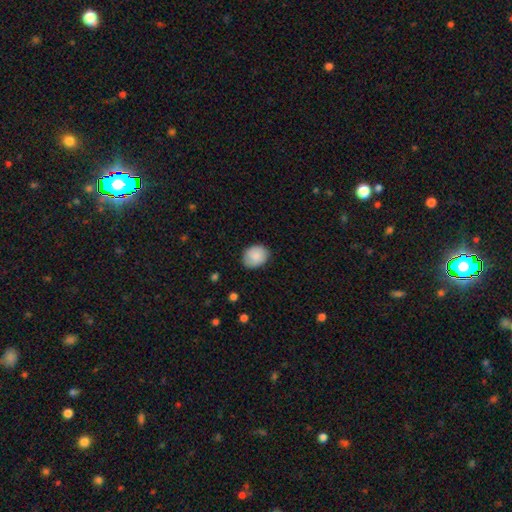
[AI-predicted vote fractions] A smooth galaxy with no disk features (86%) that is round (50%).

Vote fractions:
- Smooth or featured? smooth: 86% / featured or disk: 7% / star or artifact: 7%
- How rounded? round: 50% / in between: 49% / cigar-shaped: 1%
- Merging? none: 79% / minor disturbance: 17% / major disturbance: 3% / merger: 1%